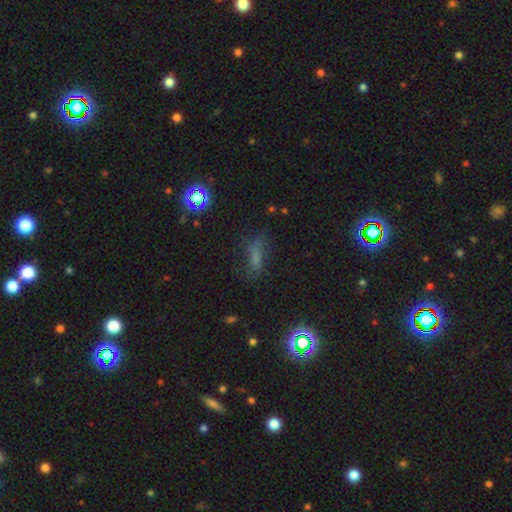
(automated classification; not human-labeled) The model was most divided on "how rounded": in between: 53%, cigar-shaped: 39%, round: 8%. More confident: merging — none (56%); smooth or featured — smooth (50%).